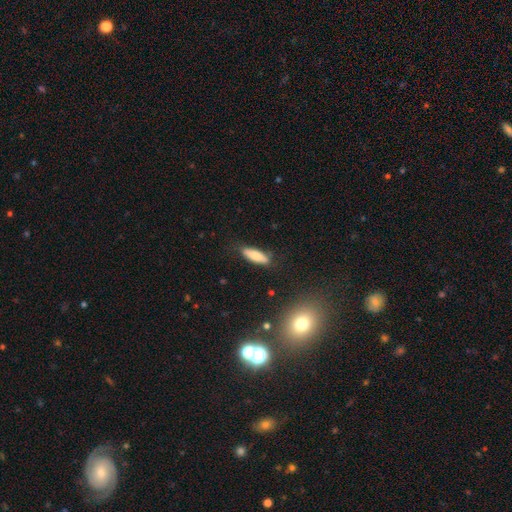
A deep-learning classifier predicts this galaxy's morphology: The model was most divided on "how rounded": in between: 51%, cigar-shaped: 47%, round: 2%. More confident: smooth or featured — smooth (82%); merging — none (77%).